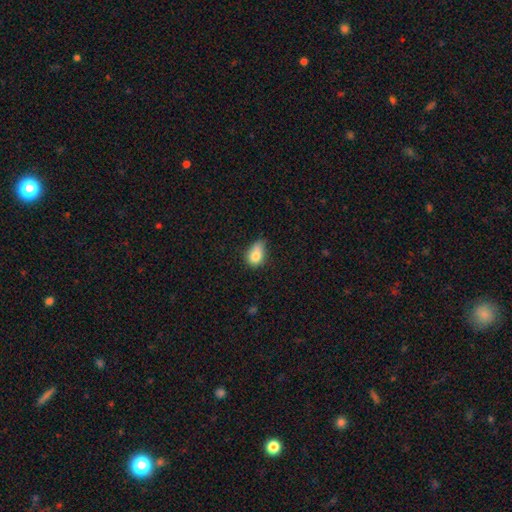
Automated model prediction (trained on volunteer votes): This is clearly a smooth galaxy (80%). How rounded: likely in between (78%). Merging: possibly minor disturbance (46%).